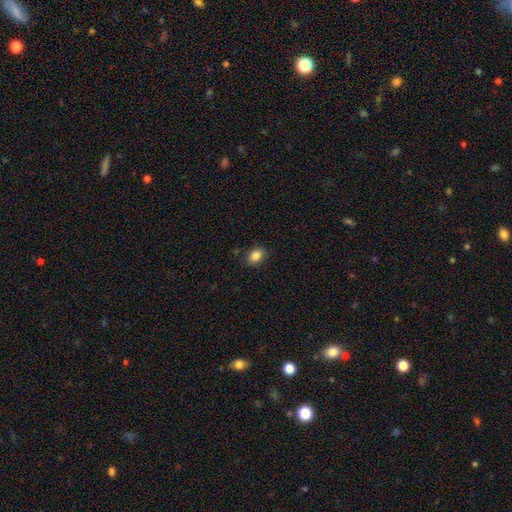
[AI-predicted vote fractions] Smooth or featured? Predicted: smooth (p=0.86). How rounded? Predicted: in between (p=0.77). Merging? Predicted: none (p=0.86).